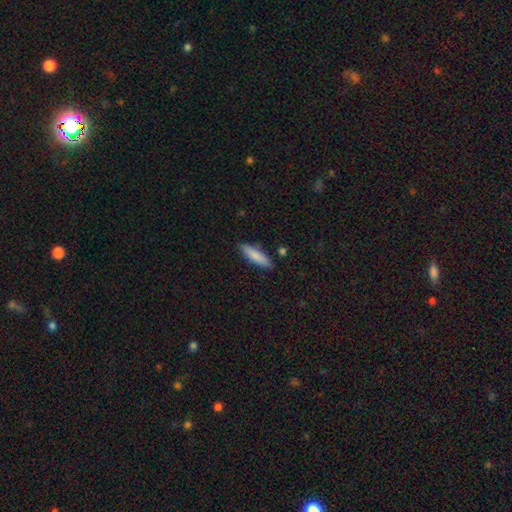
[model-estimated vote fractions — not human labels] Smooth or featured? smooth (84%)
How rounded? cigar-shaped (69%)
Merging? none (85%)